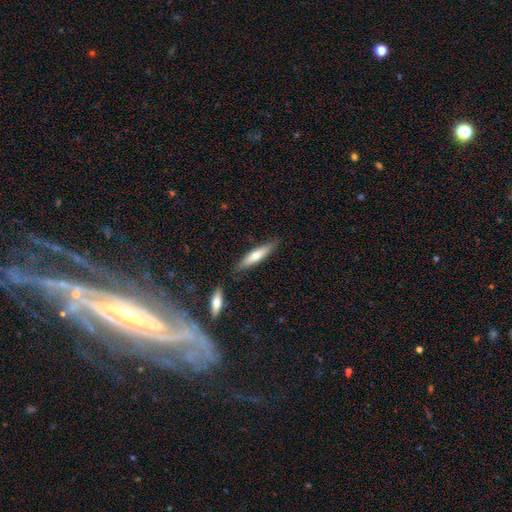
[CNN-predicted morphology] Smooth or featured: smooth — 61% (featured or disk — 34%)
How rounded: cigar-shaped — 80% (in between — 19%)
Merging: none — 82% (minor disturbance — 12%)